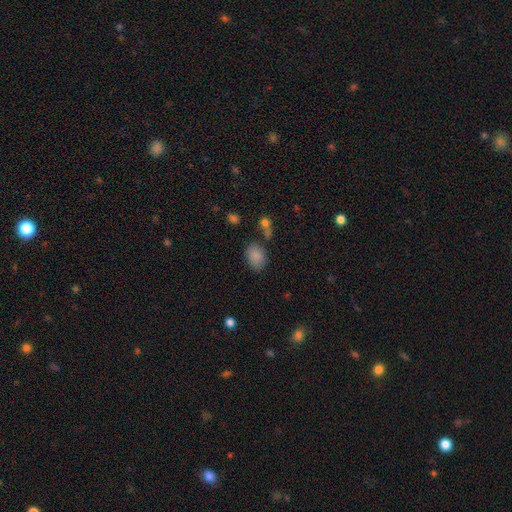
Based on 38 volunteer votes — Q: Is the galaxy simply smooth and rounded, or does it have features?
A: smooth — 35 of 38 (92%).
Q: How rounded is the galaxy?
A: in between — 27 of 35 (77%).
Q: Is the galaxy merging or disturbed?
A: none — 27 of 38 (71%).